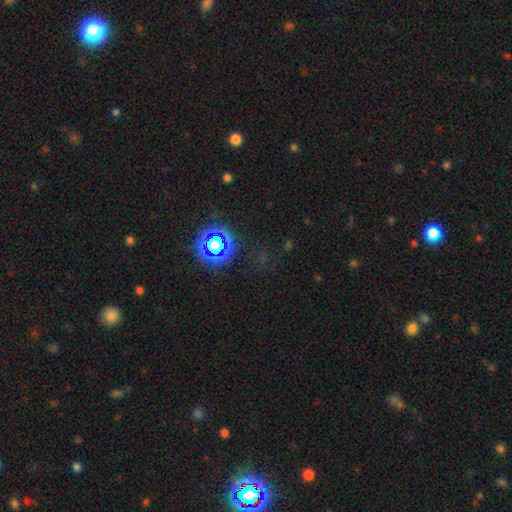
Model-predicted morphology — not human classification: A star or artifact, not a galaxy (64%).